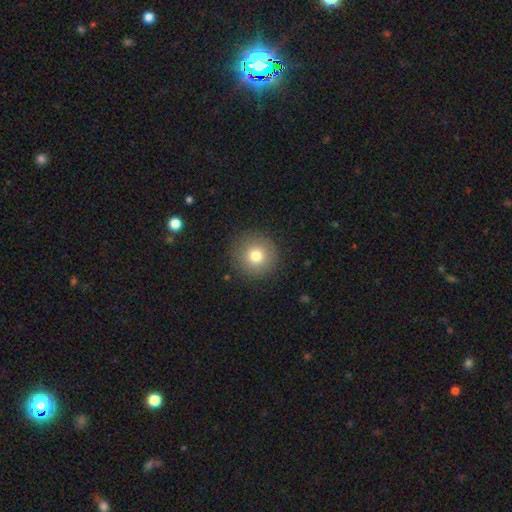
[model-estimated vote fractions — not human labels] This appears to be a smooth galaxy with no disk features (78%) that is round (95%). Merging: none (90%).